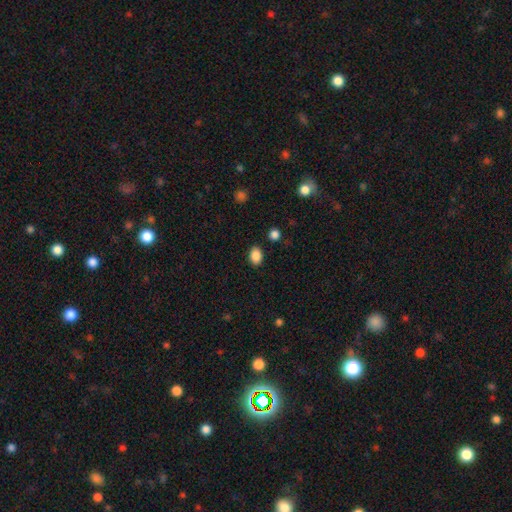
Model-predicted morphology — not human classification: smooth_or_featured: smooth (p=0.88) [alt: star or artifact p=0.09]
how_rounded: in between (p=0.76) [alt: round p=0.23]
merging: none (p=0.86) [alt: minor disturbance p=0.09]